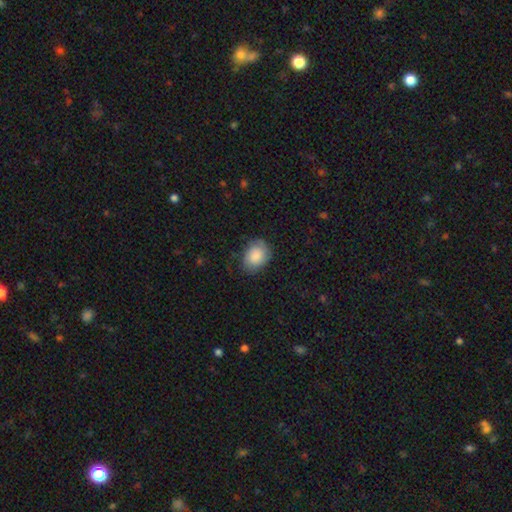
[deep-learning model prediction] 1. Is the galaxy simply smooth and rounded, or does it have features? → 77% smooth, 16% featured or disk, 7% star or artifact.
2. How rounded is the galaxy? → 69% in between, 30% round, 1% cigar-shaped.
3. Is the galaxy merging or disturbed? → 68% none, 23% minor disturbance, 7% major disturbance, 1% merger.